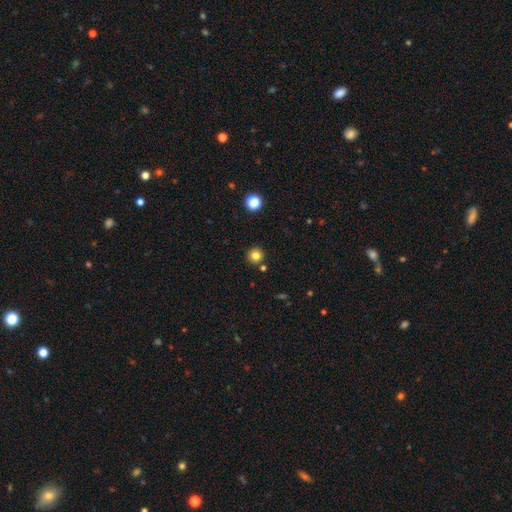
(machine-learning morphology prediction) The model was most divided on "smooth or featured": smooth: 80%, star or artifact: 13%, featured or disk: 7%. More confident: how rounded — round (95%); merging — none (88%).